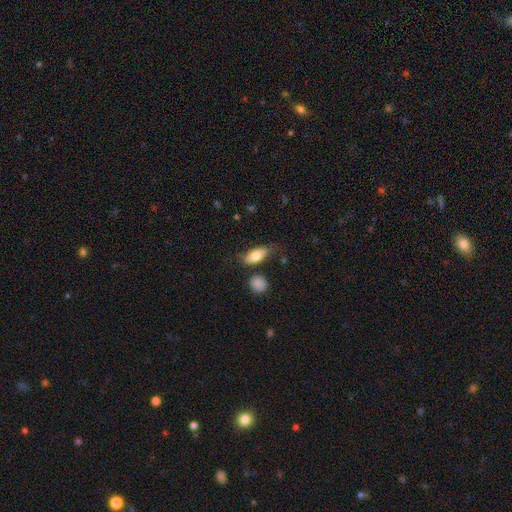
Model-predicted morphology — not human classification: Overall: smooth (75%). How rounded: in between (84%). Merging: none (67%).